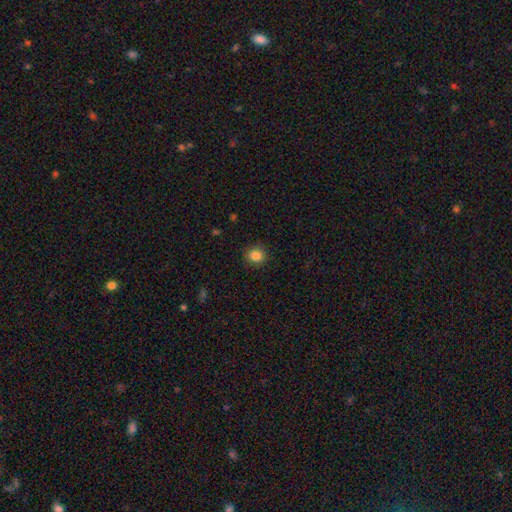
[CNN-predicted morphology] Q: Smooth or featured?
A: smooth (86%); runner-up: star or artifact (10%)
Q: How rounded?
A: round (79%); runner-up: in between (20%)
Q: Merging?
A: none (89%); runner-up: minor disturbance (8%)